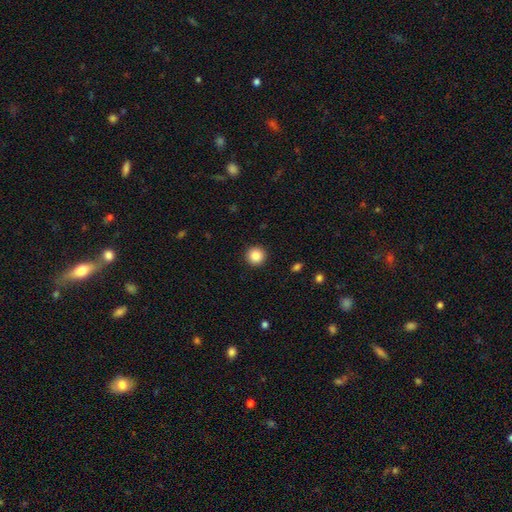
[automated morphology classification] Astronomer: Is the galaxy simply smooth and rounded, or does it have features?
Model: smooth — 87%.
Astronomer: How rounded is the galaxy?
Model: round — 95%.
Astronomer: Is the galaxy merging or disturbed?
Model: none — 92%.